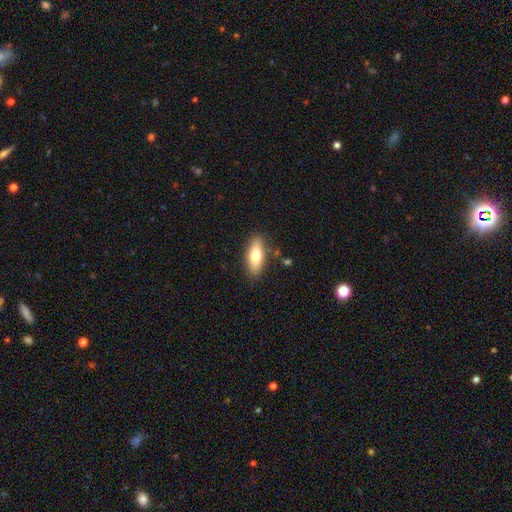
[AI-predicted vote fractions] This appears to be a smooth galaxy with no disk features (69%) that is in between round and cigar-shaped (74%). Merging: none (85%).